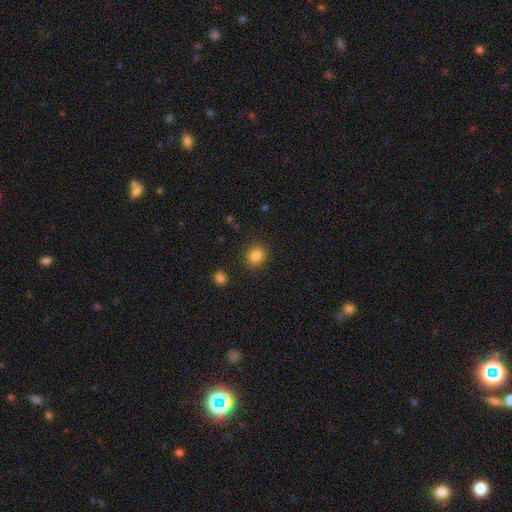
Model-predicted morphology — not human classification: Overall: smooth (85%). How rounded: round (62%; in between 37%). Merging: none (85%).